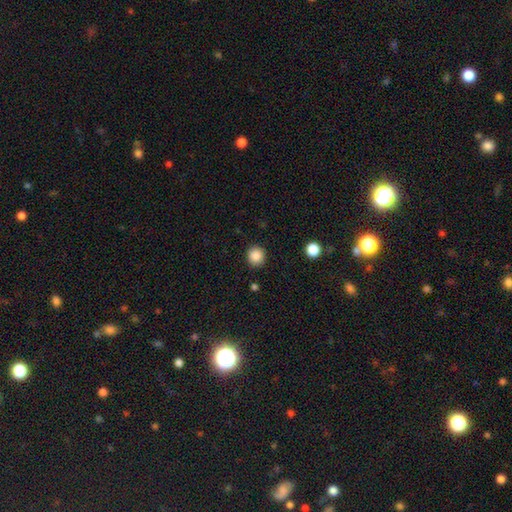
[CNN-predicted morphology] Smooth or featured: smooth — 87% (star or artifact — 10%)
How rounded: round — 91% (in between — 8%)
Merging: none — 90% (minor disturbance — 6%)